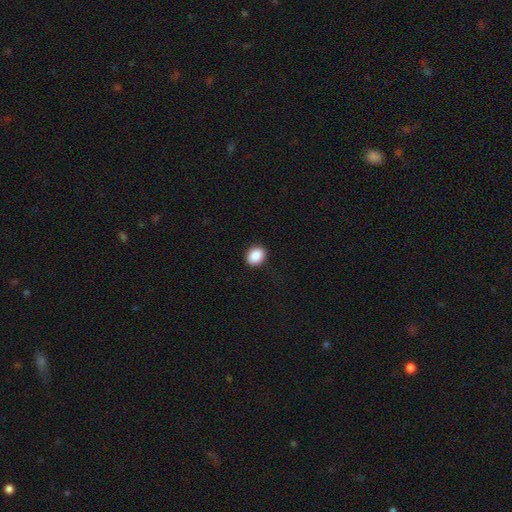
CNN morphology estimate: A smooth galaxy with no disk features (89%) that is round (57%).

Vote fractions:
- Smooth or featured? smooth: 89% / star or artifact: 8% / featured or disk: 3%
- How rounded? round: 57% / in between: 42% / cigar-shaped: 1%
- Merging? none: 90% / minor disturbance: 7% / major disturbance: 2% / merger: 1%